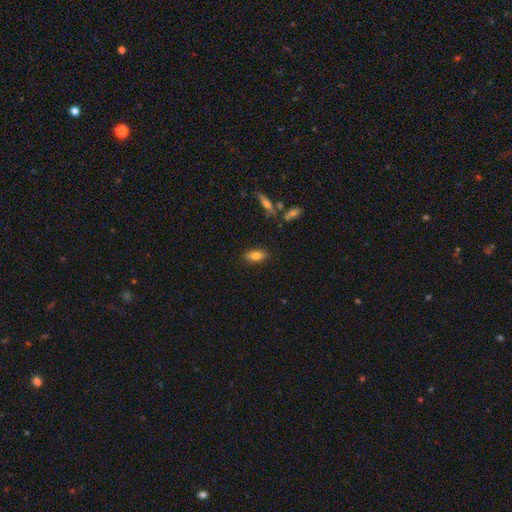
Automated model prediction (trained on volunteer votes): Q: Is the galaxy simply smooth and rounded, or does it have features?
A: smooth — 79%.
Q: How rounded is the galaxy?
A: in between — 85%.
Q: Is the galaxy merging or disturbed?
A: none — 85%.